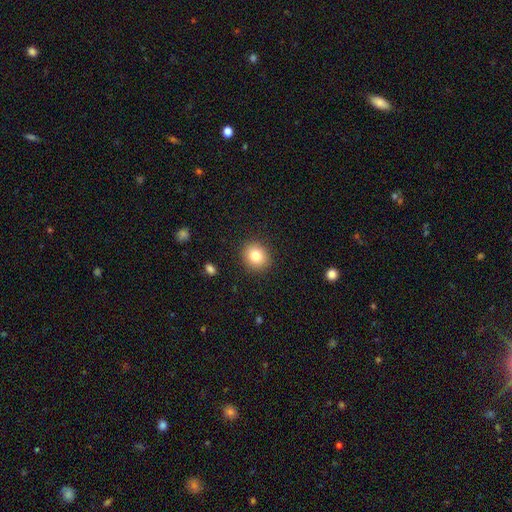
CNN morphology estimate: Smooth or featured? smooth (81%)
How rounded? round (78%)
Merging? none (90%)